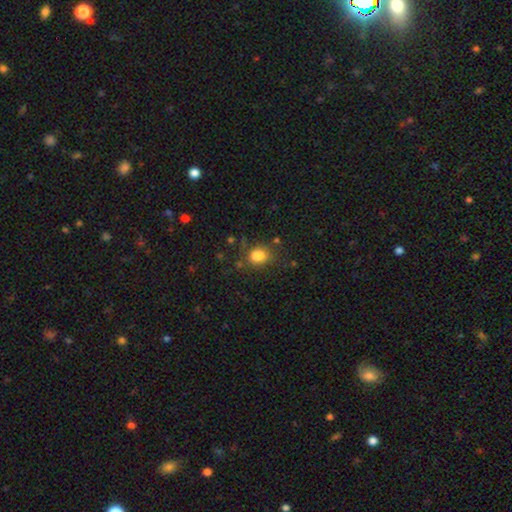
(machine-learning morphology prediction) Smooth or featured? smooth (78%)
How rounded? in between (58%)
Merging? none (56%)